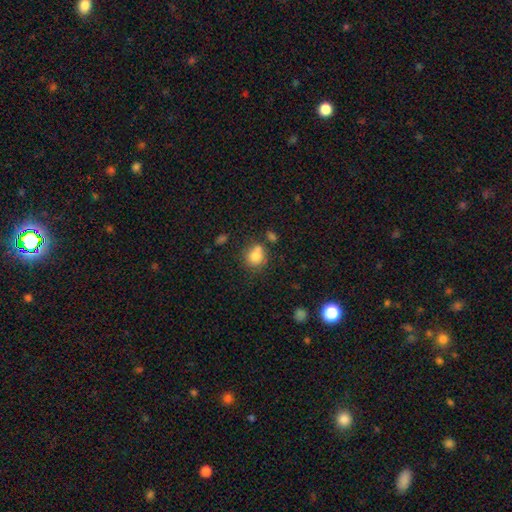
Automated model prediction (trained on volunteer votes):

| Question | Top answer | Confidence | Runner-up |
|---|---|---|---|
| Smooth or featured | smooth | 79% | star or artifact (11%) |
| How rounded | round | 70% | in between (29%) |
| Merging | none | 53% | merger (21%) |